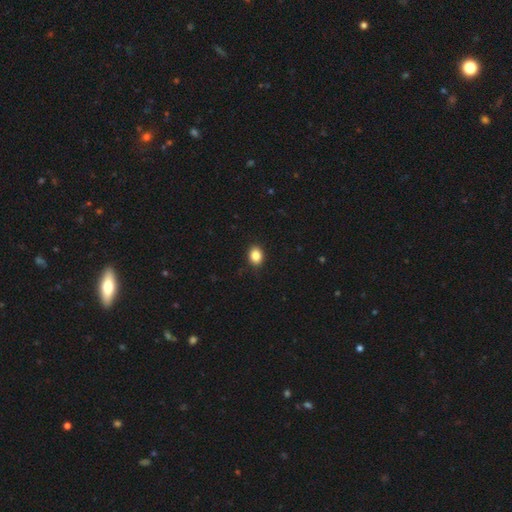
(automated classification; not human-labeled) Morphology: type=smooth (86%); roundness=in between (56%); merging=none (88%).